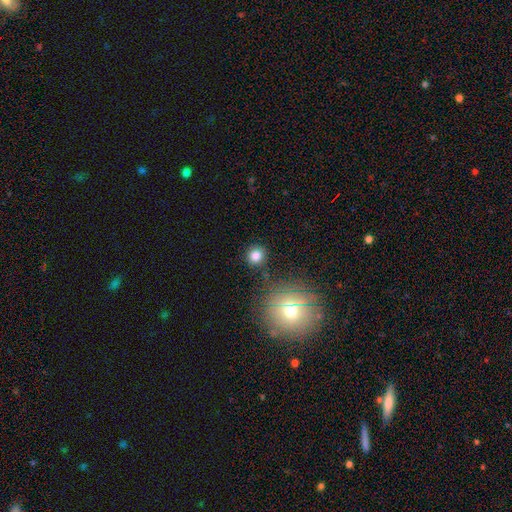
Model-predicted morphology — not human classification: This appears to be a smooth galaxy with no disk features (80%) that is round (87%). Merging: none (85%).